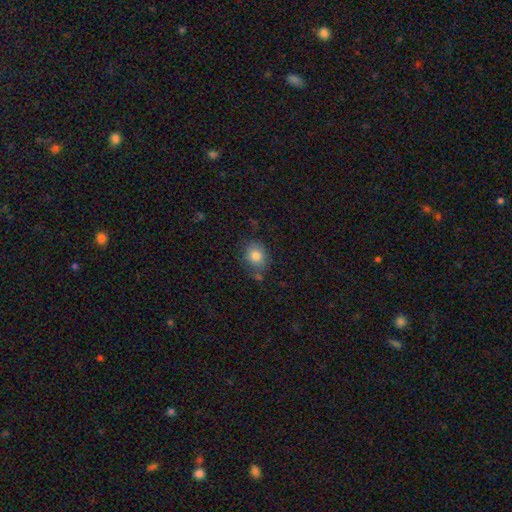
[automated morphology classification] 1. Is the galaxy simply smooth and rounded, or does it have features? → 81% smooth, 10% star or artifact, 8% featured or disk.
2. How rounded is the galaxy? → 66% round, 33% in between, 1% cigar-shaped.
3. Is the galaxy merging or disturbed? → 73% none, 16% minor disturbance, 6% merger, 4% major disturbance.